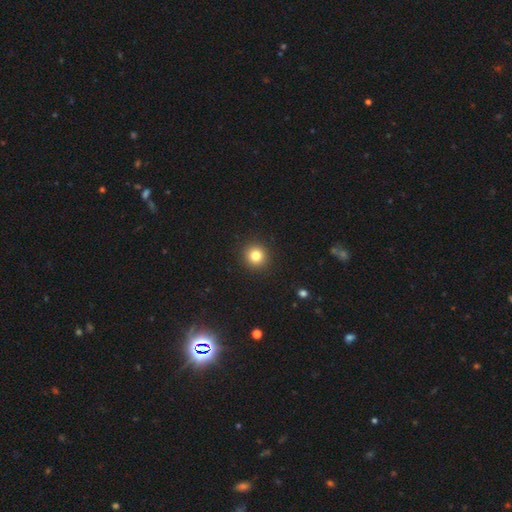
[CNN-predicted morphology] Smooth or featured: smooth — 81% (star or artifact — 12%)
How rounded: round — 93% (in between — 6%)
Merging: none — 93% (minor disturbance — 5%)